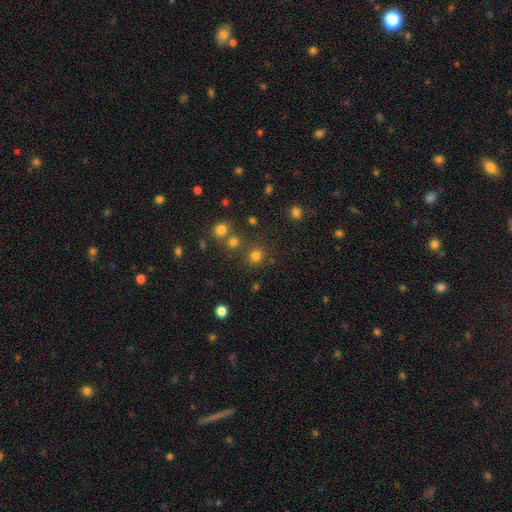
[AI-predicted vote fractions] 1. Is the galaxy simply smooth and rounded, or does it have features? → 77% smooth, 18% star or artifact, 5% featured or disk.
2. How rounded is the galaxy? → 87% round, 12% in between, 1% cigar-shaped.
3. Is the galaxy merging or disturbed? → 77% none, 11% merger, 8% minor disturbance, 4% major disturbance.